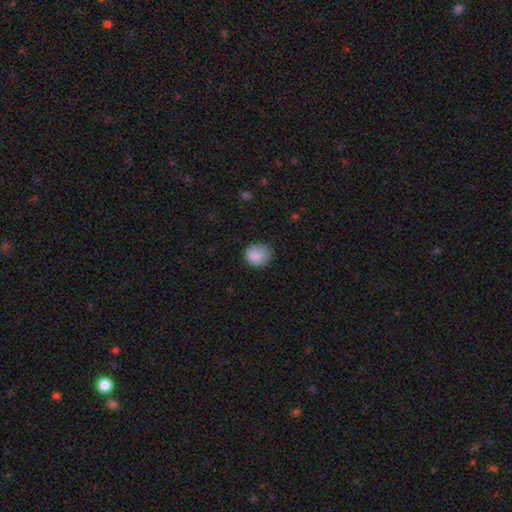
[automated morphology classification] Smooth or featured?
  - smooth: 86% *
  - star or artifact: 8%
  - featured or disk: 6%
How rounded?
  - round: 65% *
  - in between: 34%
  - cigar-shaped: 1%
Merging?
  - none: 64% *
  - minor disturbance: 27%
  - major disturbance: 7%
  - merger: 1%